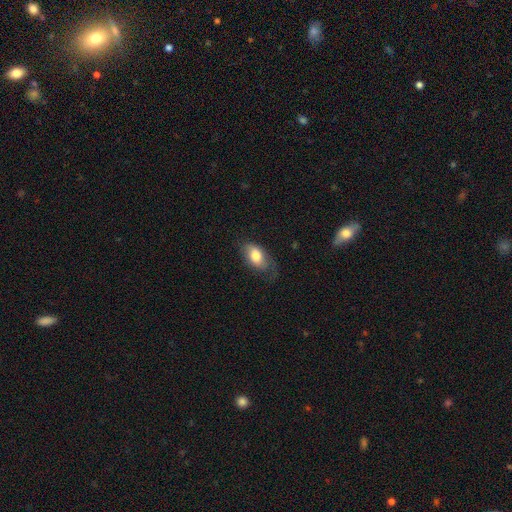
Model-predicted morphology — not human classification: This appears to be a smooth galaxy with no disk features (73%) that is in between round and cigar-shaped (91%). Merging: none (51%).